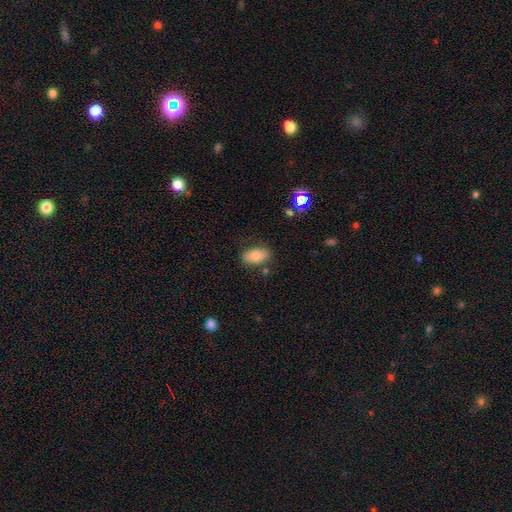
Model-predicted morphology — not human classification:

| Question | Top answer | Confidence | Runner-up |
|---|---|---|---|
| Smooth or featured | smooth | 76% | featured or disk (15%) |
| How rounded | in between | 91% | round (7%) |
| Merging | none | 79% | minor disturbance (14%) |